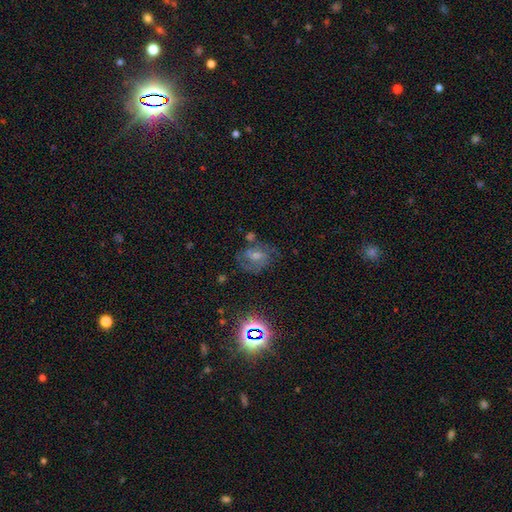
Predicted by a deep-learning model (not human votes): This is possibly a featured or disk galaxy (53%). It is clearly not viewed edge-on (96%). Bar: possibly weak (45%). Spiral arm pattern: clearly yes (85%). Central bulge: possibly moderate (48%). Merging: likely none (66%).